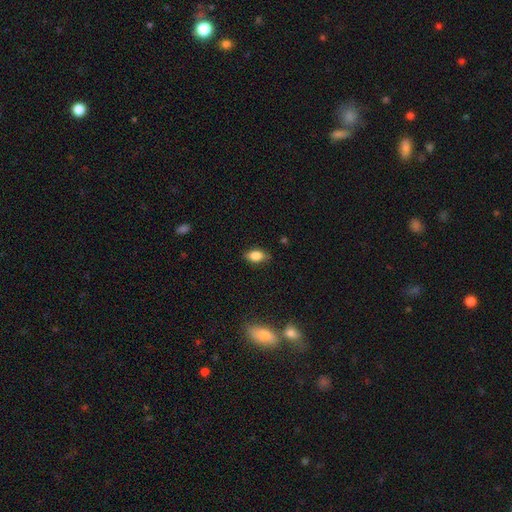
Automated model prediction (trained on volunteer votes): smooth-or-featured: smooth: 80% | featured or disk: 11% | star or artifact: 9%
  how-rounded: in between: 85% | round: 9% | cigar-shaped: 5%
  merging: none: 81% | minor disturbance: 15% | major disturbance: 3% | merger: 1%